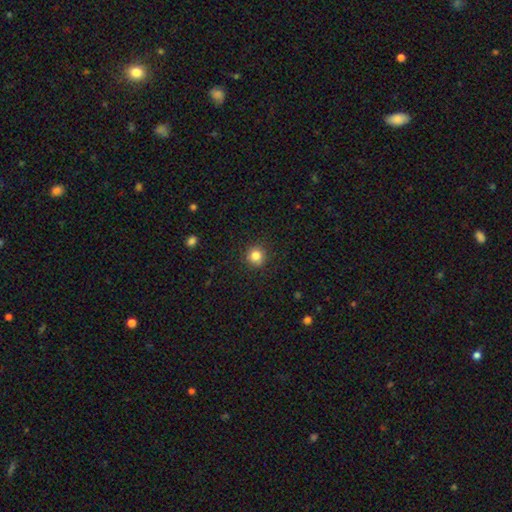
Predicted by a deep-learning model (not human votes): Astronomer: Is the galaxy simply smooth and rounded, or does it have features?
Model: smooth — 84%.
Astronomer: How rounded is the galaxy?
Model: round — 93%.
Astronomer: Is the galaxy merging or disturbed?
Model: none — 90%.